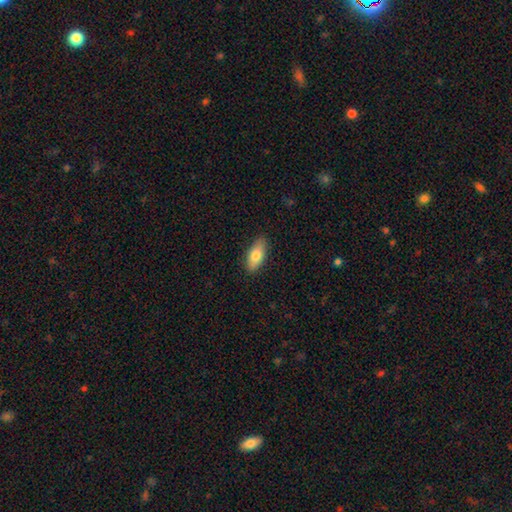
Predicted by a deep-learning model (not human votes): Q: Smooth or featured?
A: smooth (78%); runner-up: featured or disk (16%)
Q: How rounded?
A: in between (84%); runner-up: cigar-shaped (14%)
Q: Merging?
A: none (87%); runner-up: minor disturbance (10%)